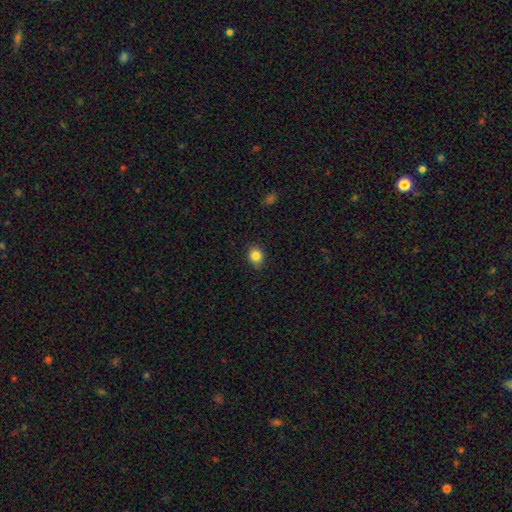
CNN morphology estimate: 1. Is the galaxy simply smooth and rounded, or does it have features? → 85% smooth, 10% star or artifact, 5% featured or disk.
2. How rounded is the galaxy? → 68% round, 32% in between, 1% cigar-shaped.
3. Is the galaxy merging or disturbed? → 88% none, 9% minor disturbance, 2% major disturbance, 1% merger.